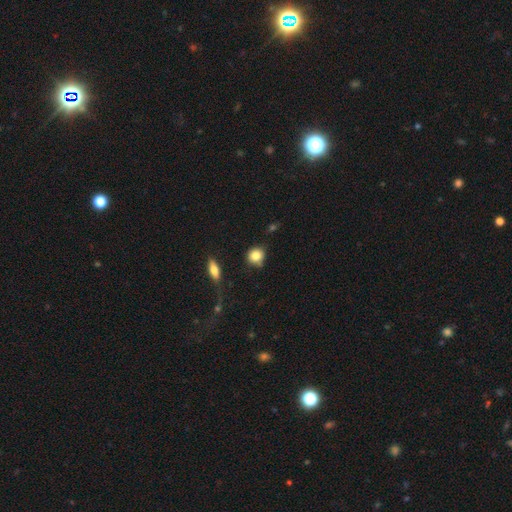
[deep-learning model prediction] This is clearly a smooth galaxy (83%). How rounded: likely round (79%). Merging: likely none (67%).